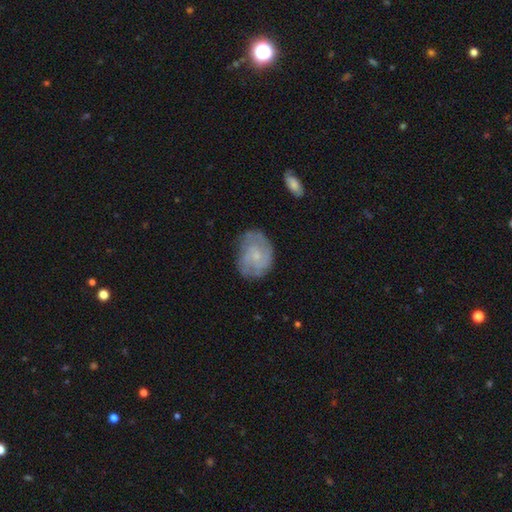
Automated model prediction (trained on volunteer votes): Morphology: type=featured or disk (60%); edge-on=no (97%); bar=no (72%); spiral arms=yes (82%); bulge=small (69%); merging=none (66%).